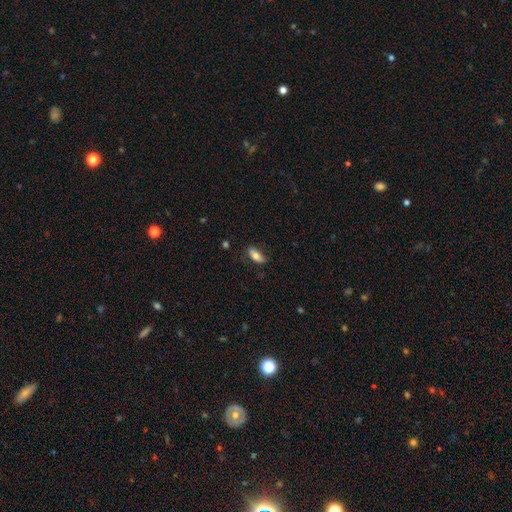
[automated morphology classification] Overall: smooth (74%). How rounded: in between (80%). Merging: none (74%).